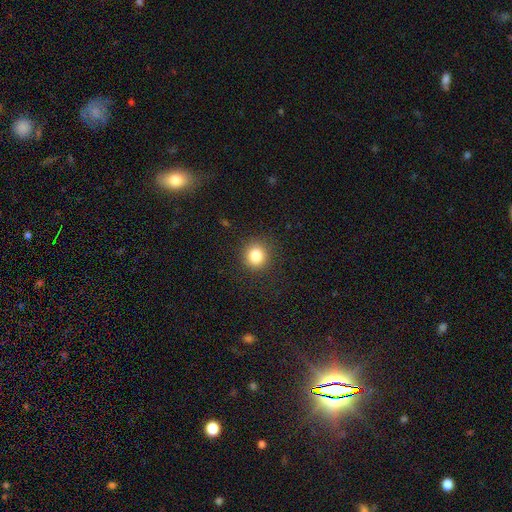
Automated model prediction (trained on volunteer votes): Q: Smooth or featured?
A: smooth (84%); runner-up: star or artifact (11%)
Q: How rounded?
A: round (90%); runner-up: in between (9%)
Q: Merging?
A: none (89%); runner-up: minor disturbance (7%)